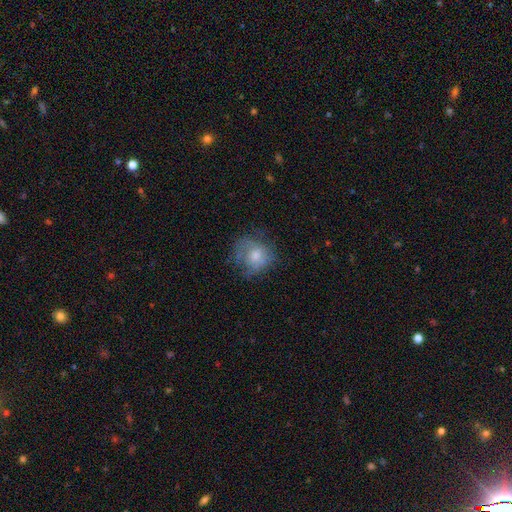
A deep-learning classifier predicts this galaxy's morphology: Smooth or featured? Predicted: smooth (p=0.58). How rounded? Predicted: round (p=0.72). Merging? Predicted: none (p=0.54).